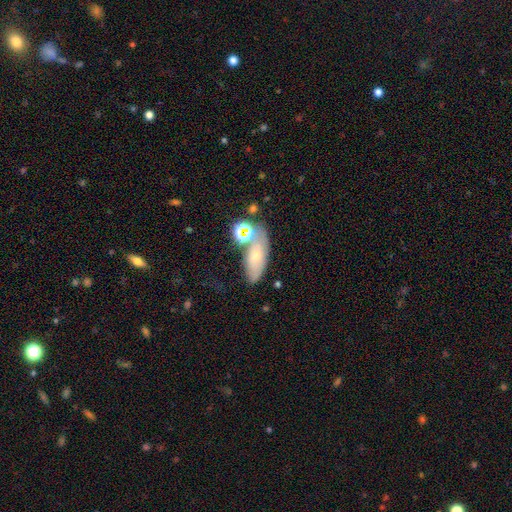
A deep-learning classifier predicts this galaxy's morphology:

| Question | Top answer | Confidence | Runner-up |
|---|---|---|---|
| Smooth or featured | smooth | 51% | featured or disk (33%) |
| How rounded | in between | 77% | cigar-shaped (12%) |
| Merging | none | 50% | minor disturbance (20%) |